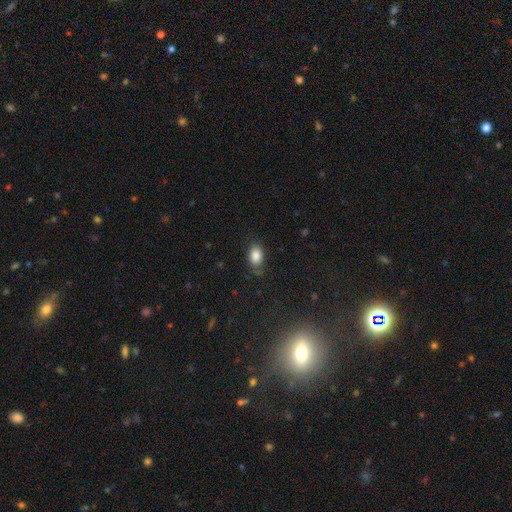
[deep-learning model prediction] Morphology: type=smooth (85%); roundness=in between (83%); merging=none (71%).